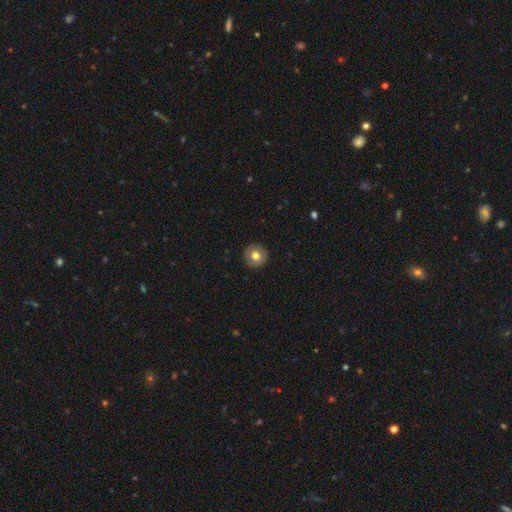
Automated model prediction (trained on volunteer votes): smooth_or_featured: smooth (p=0.73) [alt: featured or disk p=0.19]
how_rounded: round (p=0.95) [alt: in between p=0.04]
merging: none (p=0.92) [alt: minor disturbance p=0.06]